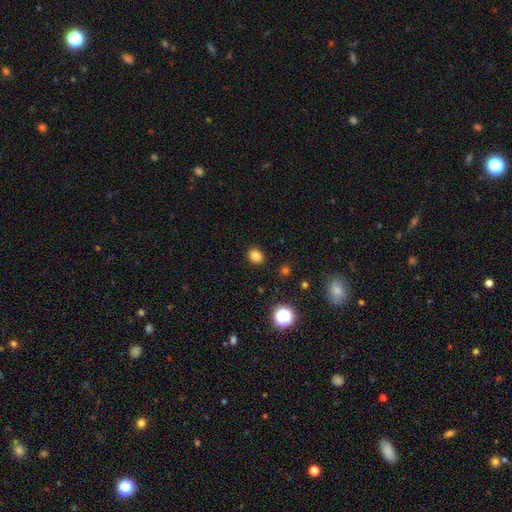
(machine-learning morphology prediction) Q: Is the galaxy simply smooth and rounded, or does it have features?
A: smooth — 81%.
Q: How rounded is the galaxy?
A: round — 61%.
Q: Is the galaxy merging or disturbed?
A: none — 90%.